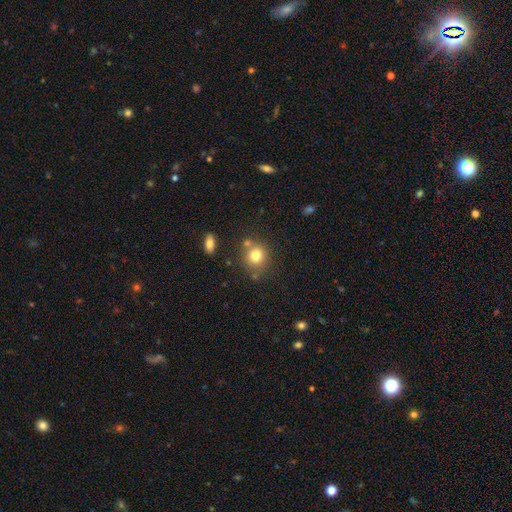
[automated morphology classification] Overall: smooth (78%). How rounded: round (81%). Merging: none (69%).